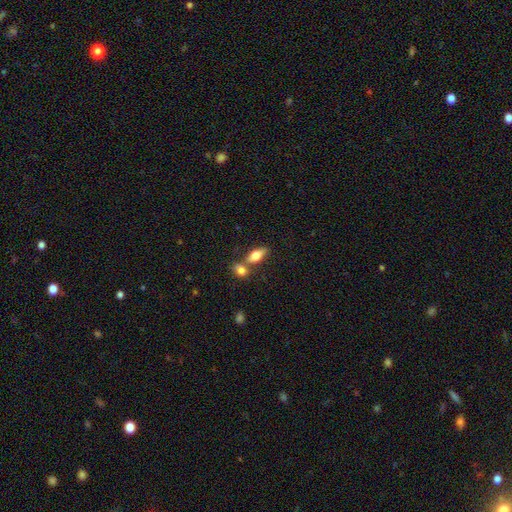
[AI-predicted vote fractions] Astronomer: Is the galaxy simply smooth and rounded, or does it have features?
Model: smooth — 73%.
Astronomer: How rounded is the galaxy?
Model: in between — 78%.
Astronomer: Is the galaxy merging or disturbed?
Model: none — 51% (runner-up: merger, 35%).